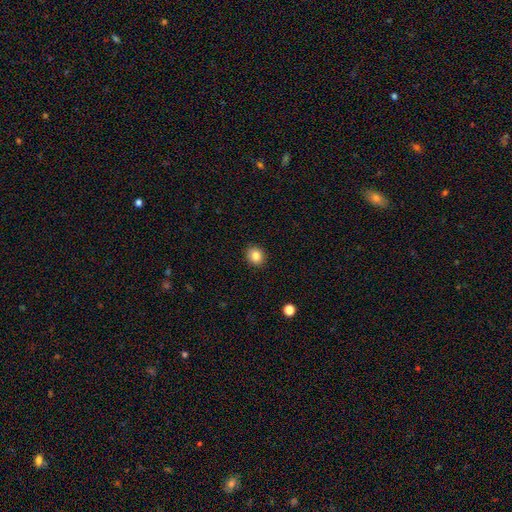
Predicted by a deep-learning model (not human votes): Smooth or featured? Predicted: smooth (p=0.84). How rounded? Predicted: round (p=0.77). Merging? Predicted: none (p=0.91).